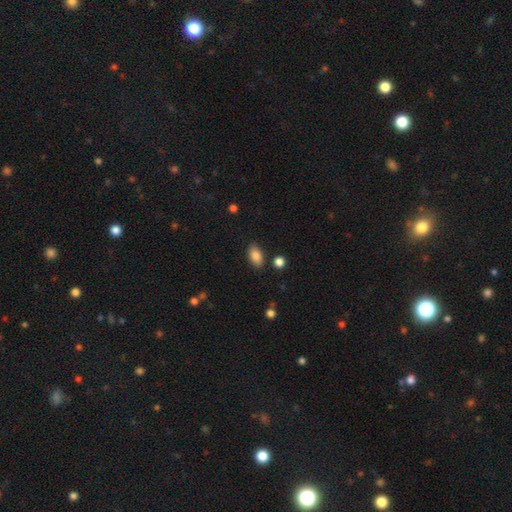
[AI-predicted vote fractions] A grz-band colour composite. It shows a smooth galaxy with no disk features (86%) that is in between round and cigar-shaped (91%). Merging: none (85%).